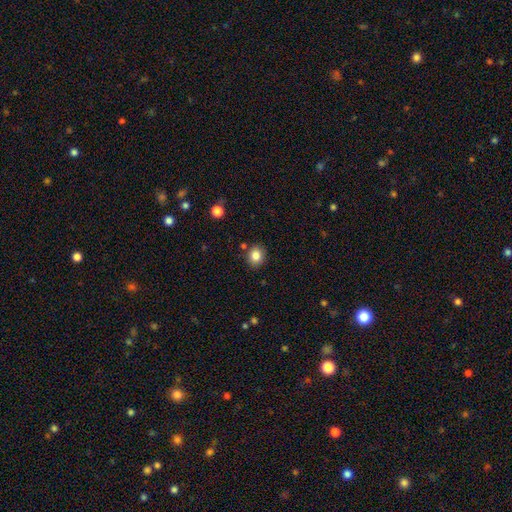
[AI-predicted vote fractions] This appears to be a smooth galaxy with no disk features (84%) that is round (74%). Merging: none (85%).